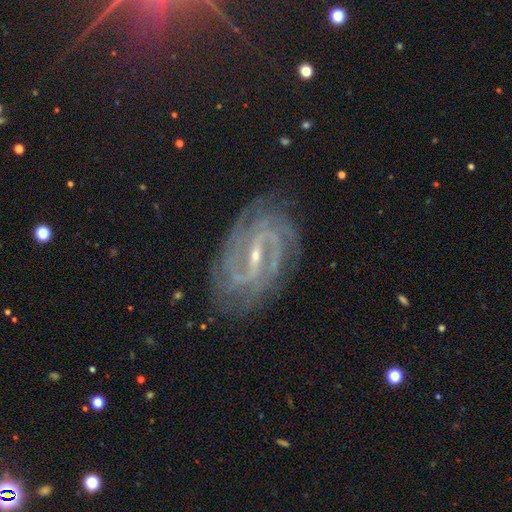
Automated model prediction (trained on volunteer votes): A featured or disk galaxy (92%) with a strong bar (61%), 2 (50%) tight (49%) spiral arms (98%) and a small central bulge (76%). Merging: none (78%).